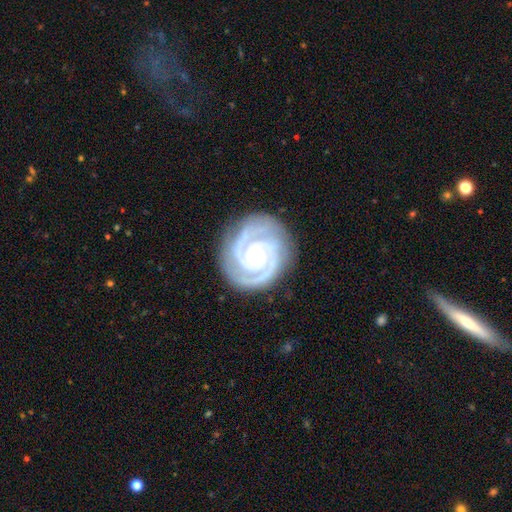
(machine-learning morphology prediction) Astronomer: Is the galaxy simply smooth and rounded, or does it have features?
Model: featured or disk — 93%.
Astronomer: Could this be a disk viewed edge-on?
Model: no — 98%.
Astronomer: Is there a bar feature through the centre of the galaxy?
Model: no — 68%.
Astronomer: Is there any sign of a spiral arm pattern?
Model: yes — 99%.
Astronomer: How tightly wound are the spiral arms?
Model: tight — 81%.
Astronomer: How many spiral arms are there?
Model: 2 — 66%.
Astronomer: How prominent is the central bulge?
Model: small — 69%.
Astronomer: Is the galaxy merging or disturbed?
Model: none — 85%.